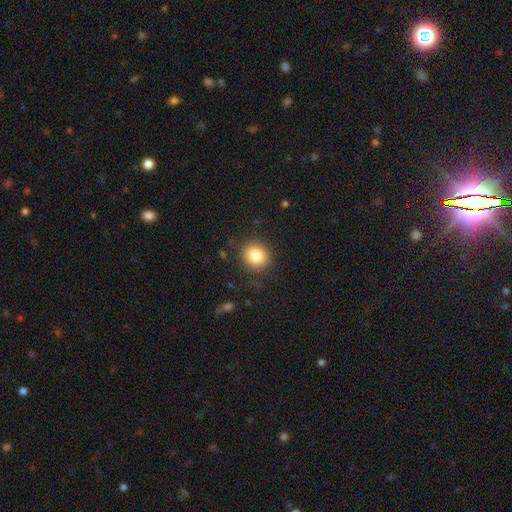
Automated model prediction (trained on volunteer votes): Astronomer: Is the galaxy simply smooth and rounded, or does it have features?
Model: smooth — 83%.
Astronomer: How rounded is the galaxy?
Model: round — 77%.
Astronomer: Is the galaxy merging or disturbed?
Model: none — 88%.